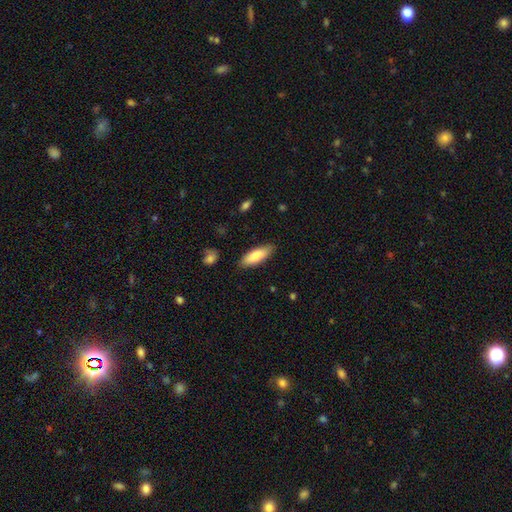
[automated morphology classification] Overall: smooth (81%). How rounded: in between (60%; cigar-shaped 38%). Merging: none (85%).